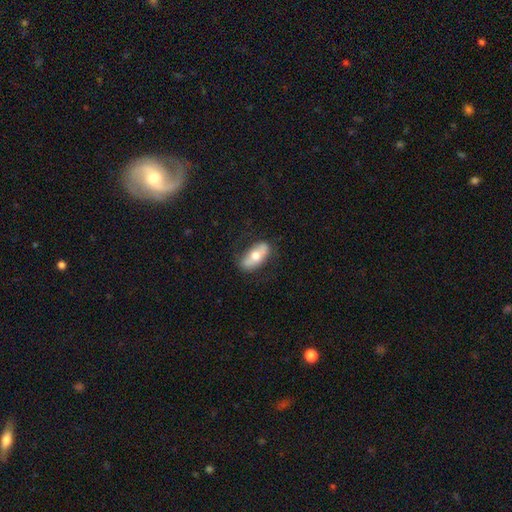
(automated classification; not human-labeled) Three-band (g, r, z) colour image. It shows a smooth galaxy with no disk features (56%) that is in between round and cigar-shaped (84%). Merging: none (76%).